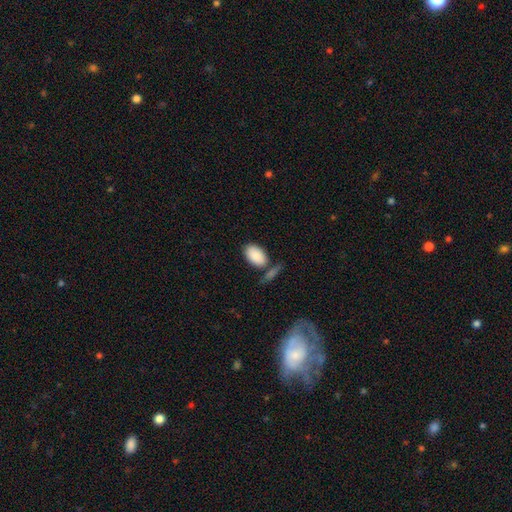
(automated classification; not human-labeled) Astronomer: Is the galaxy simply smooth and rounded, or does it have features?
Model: smooth — 89%.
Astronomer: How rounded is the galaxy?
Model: in between — 93%.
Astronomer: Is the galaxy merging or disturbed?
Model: none — 63%.